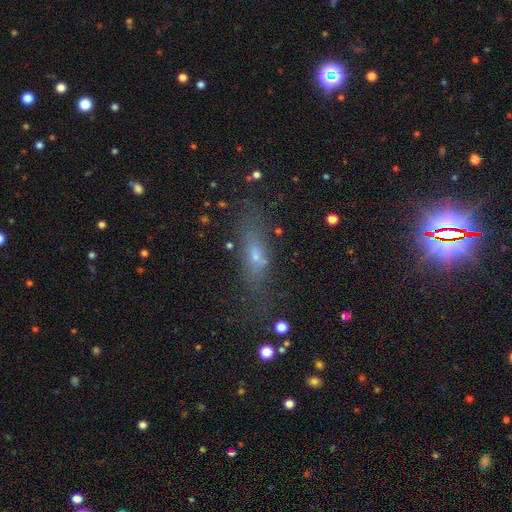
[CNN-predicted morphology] smooth_or_featured: smooth (p=0.54) [alt: featured or disk p=0.28]
how_rounded: cigar-shaped (p=0.55) [alt: in between p=0.40]
merging: none (p=0.68) [alt: minor disturbance p=0.19]